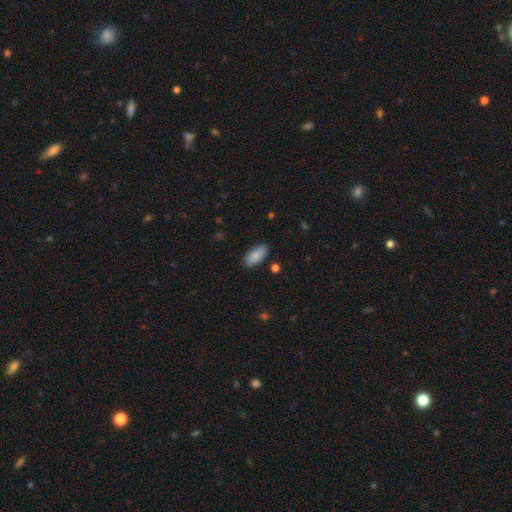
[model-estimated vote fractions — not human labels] Smooth or featured? Predicted: smooth (p=0.87). How rounded? Predicted: in between (p=0.89). Merging? Predicted: none (p=0.86).